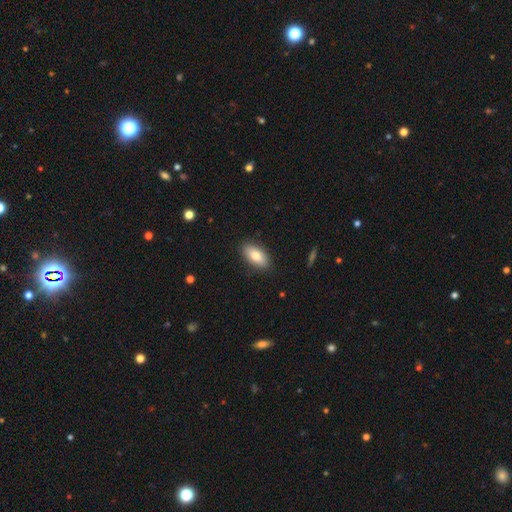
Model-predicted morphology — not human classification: smooth_or_featured: smooth (p=0.79) [alt: featured or disk p=0.14]
how_rounded: in between (p=0.90) [alt: cigar-shaped p=0.07]
merging: none (p=0.87) [alt: minor disturbance p=0.10]